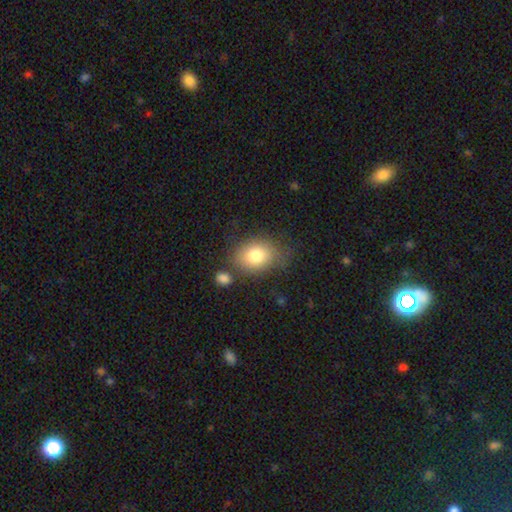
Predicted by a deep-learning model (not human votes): Overall: smooth (79%). How rounded: in between (60%; round 39%). Merging: none (65%).